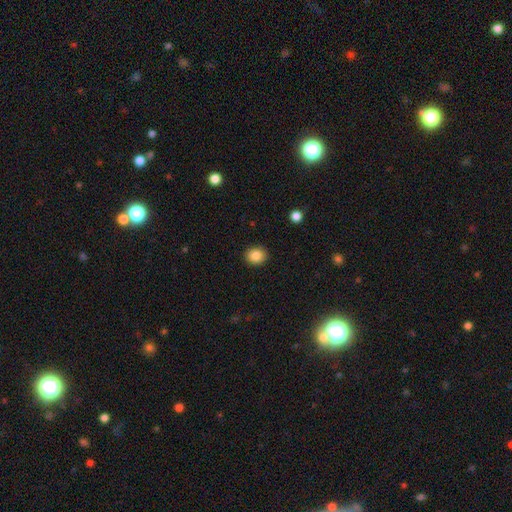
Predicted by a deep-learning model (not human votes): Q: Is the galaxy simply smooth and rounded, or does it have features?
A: smooth — 86%.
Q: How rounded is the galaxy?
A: round — 69%.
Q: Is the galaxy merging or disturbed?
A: none — 91%.